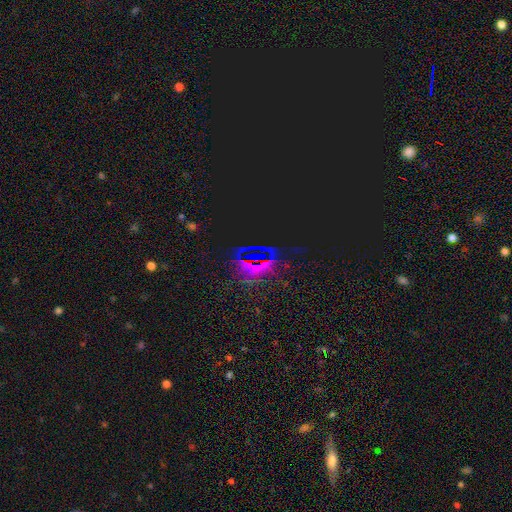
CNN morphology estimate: The model was most divided on "smooth or featured": star or artifact: 81%, smooth: 12%, featured or disk: 7%.